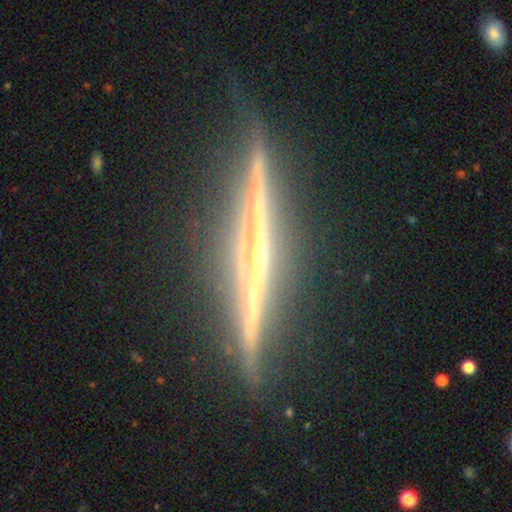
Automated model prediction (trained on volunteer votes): The model was most divided on "edge-on bulge": rounded: 58%, none: 35%, boxy: 7%. More confident: edge-on disk — yes (98%); smooth or featured — featured or disk (88%); merging — none (87%).